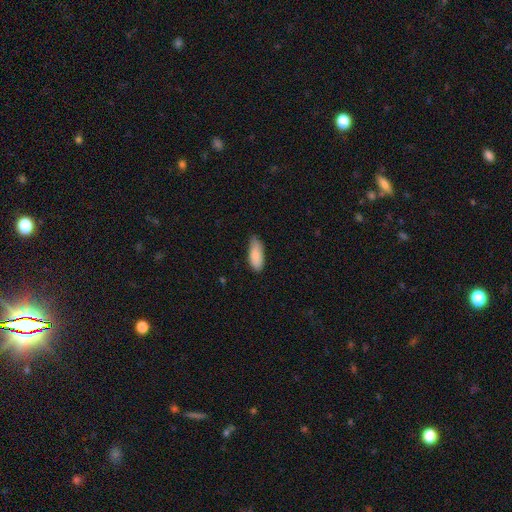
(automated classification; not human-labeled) Overall: smooth (86%). How rounded: in between (78%). Merging: none (66%; minor disturbance 29%).